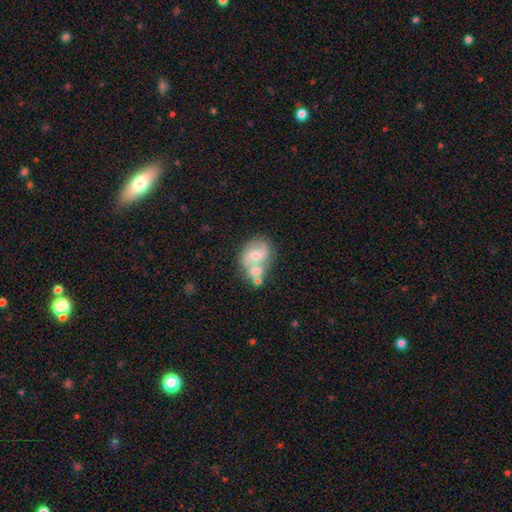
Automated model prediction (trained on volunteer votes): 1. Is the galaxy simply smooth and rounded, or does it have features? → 56% featured or disk, 36% smooth, 8% star or artifact.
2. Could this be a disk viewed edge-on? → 97% no, 3% yes.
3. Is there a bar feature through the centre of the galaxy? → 59% no, 33% weak, 8% strong.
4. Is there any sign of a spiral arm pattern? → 74% yes, 26% no.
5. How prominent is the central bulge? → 53% moderate, 38% small, 4% none, 4% large, 1% dominant.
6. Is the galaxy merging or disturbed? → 46% merger, 33% none, 15% minor disturbance, 7% major disturbance.